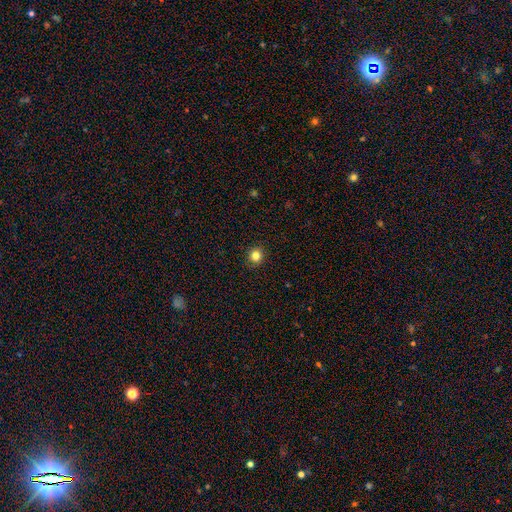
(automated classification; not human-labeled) Smooth or featured?
  - smooth: 83% *
  - star or artifact: 12%
  - featured or disk: 5%
How rounded?
  - round: 89% *
  - in between: 11%
  - cigar-shaped: 1%
Merging?
  - none: 92% *
  - minor disturbance: 6%
  - major disturbance: 2%
  - merger: 1%